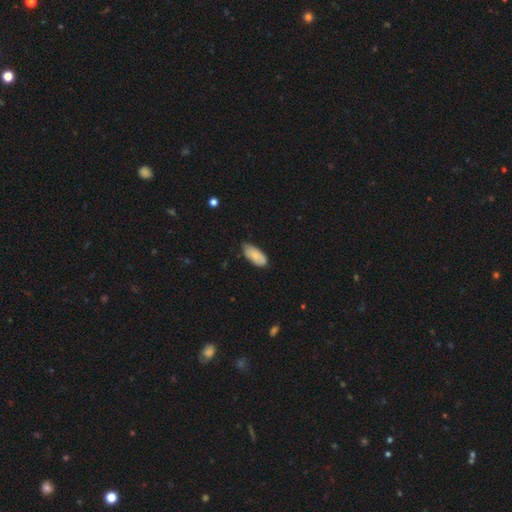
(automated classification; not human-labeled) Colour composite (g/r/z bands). It shows a smooth galaxy with no disk features (80%) that is in between round and cigar-shaped (90%). Merging: none (63%).